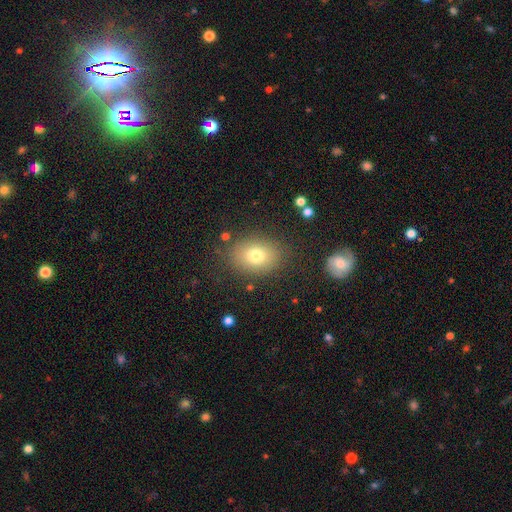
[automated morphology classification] A smooth galaxy with no disk features (76%) that is in between round and cigar-shaped (59%).

Vote fractions:
- Smooth or featured? smooth: 76% / featured or disk: 12% / star or artifact: 12%
- How rounded? in between: 59% / round: 40% / cigar-shaped: 1%
- Merging? none: 82% / minor disturbance: 11% / major disturbance: 5% / merger: 2%